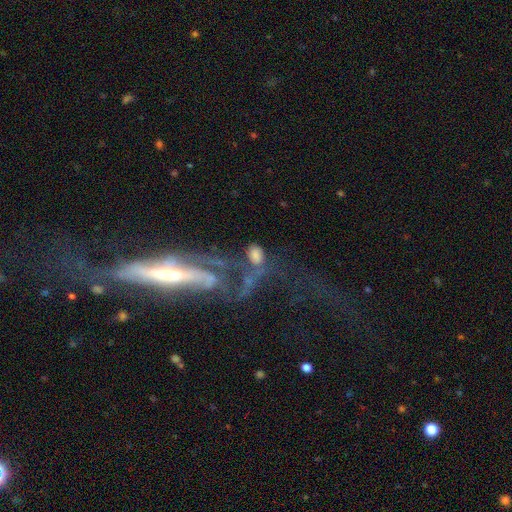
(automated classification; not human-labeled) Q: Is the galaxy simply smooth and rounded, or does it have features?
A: smooth — 58%.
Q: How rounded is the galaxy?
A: in between — 78%.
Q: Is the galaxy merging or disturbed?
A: none — 35%.